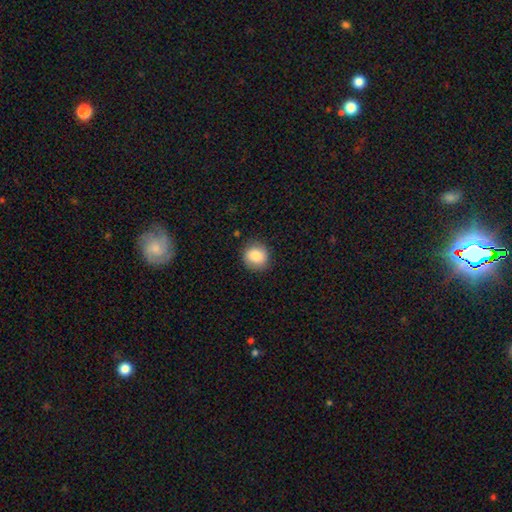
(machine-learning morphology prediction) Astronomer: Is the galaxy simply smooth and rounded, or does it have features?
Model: smooth — 85%.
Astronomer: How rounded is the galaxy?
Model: round — 87%.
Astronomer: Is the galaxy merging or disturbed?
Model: none — 86%.